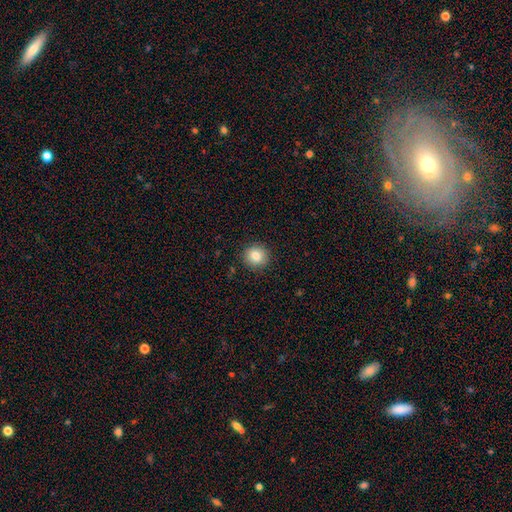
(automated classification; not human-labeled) Smooth or featured?
  - smooth: 84% *
  - star or artifact: 9%
  - featured or disk: 7%
How rounded?
  - round: 90% *
  - in between: 10%
  - cigar-shaped: 1%
Merging?
  - none: 90% *
  - minor disturbance: 7%
  - major disturbance: 2%
  - merger: 1%